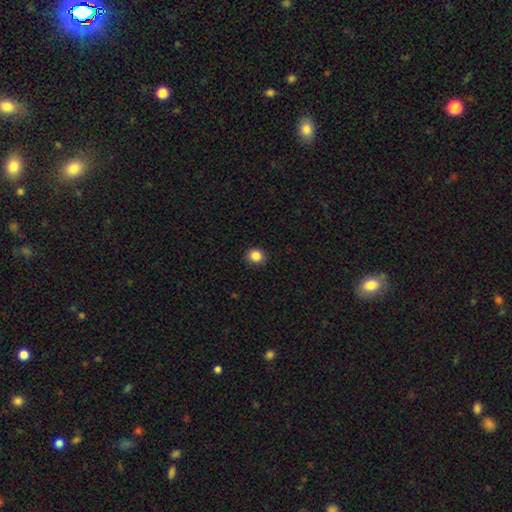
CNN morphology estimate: smooth-or-featured: smooth: 86% | star or artifact: 11% | featured or disk: 4%
  how-rounded: round: 84% | in between: 16% | cigar-shaped: 1%
  merging: none: 90% | minor disturbance: 7% | major disturbance: 2% | merger: 1%